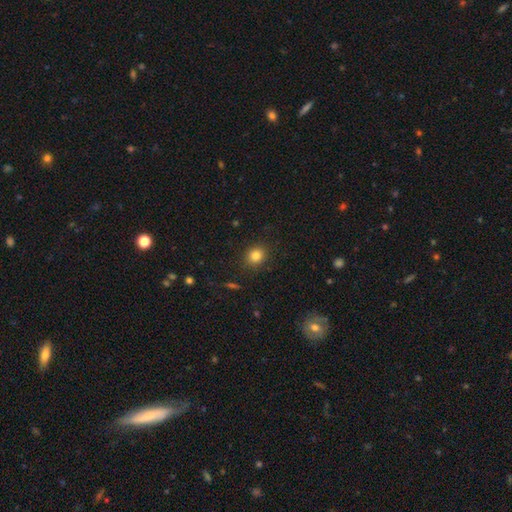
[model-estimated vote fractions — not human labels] A smooth galaxy with no disk features (83%) that is round (75%). Merging: none (88%).